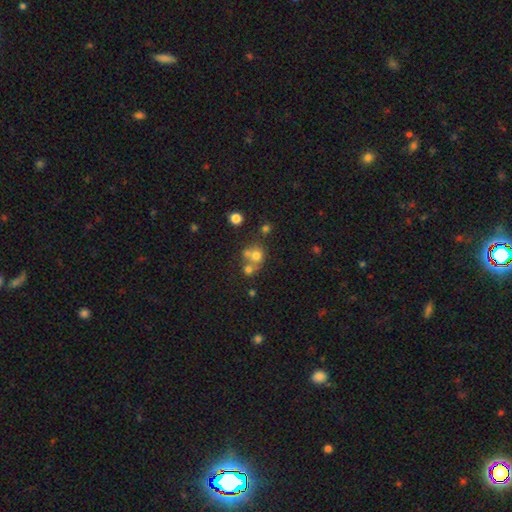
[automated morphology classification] Q: Smooth or featured?
A: smooth (67%); runner-up: featured or disk (17%)
Q: How rounded?
A: round (80%); runner-up: in between (19%)
Q: Merging?
A: merger (45%); runner-up: none (41%)